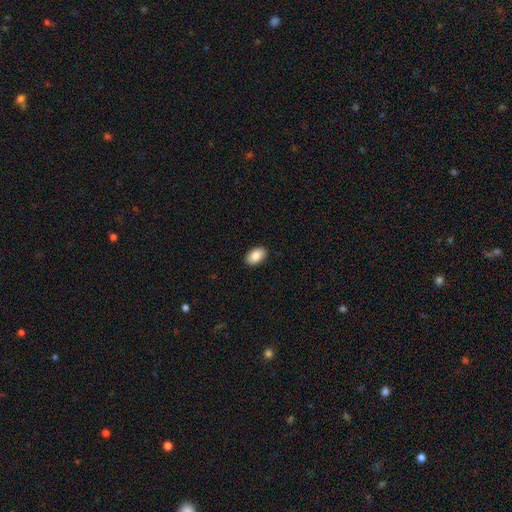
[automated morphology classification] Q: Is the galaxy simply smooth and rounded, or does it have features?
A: smooth — 86%.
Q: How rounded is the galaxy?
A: in between — 93%.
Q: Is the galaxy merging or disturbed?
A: none — 90%.